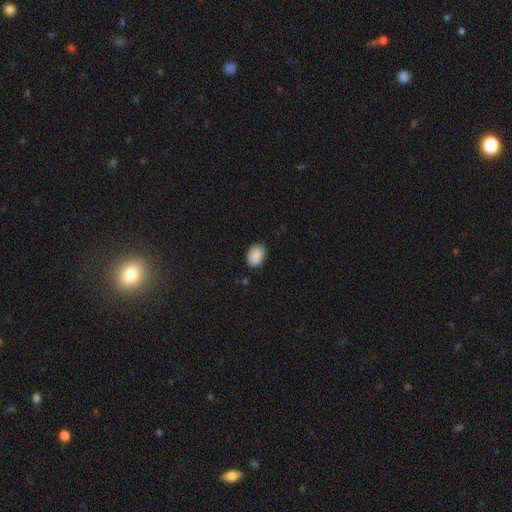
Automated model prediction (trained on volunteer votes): Smooth or featured? Predicted: smooth (p=0.90). How rounded? Predicted: in between (p=0.79). Merging? Predicted: none (p=0.82).